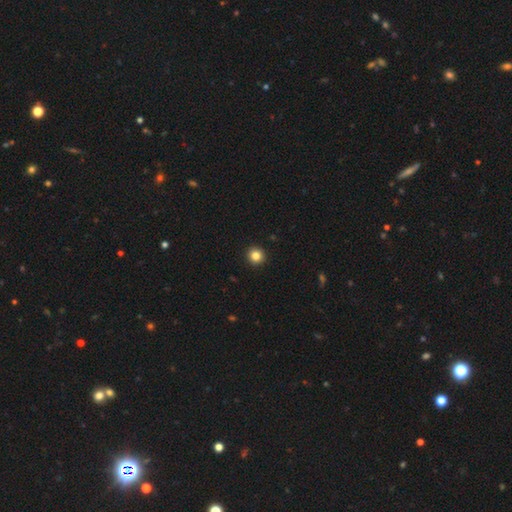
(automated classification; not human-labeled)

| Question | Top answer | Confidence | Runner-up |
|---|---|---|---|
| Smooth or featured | smooth | 84% | star or artifact (11%) |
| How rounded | round | 95% | in between (4%) |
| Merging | none | 94% | minor disturbance (4%) |